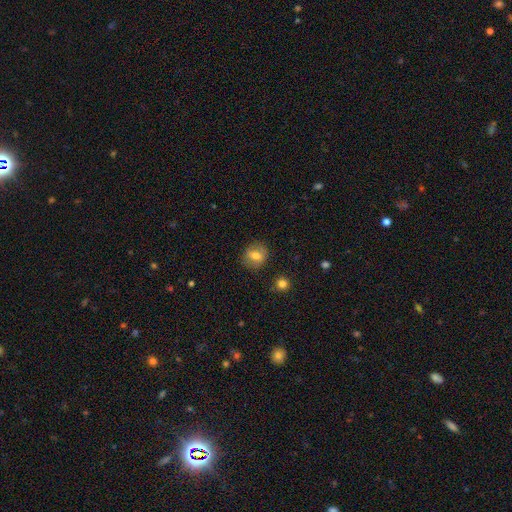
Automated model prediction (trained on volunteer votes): Smooth or featured? Predicted: smooth (p=0.69). How rounded? Predicted: round (p=0.76). Merging? Predicted: none (p=0.83).